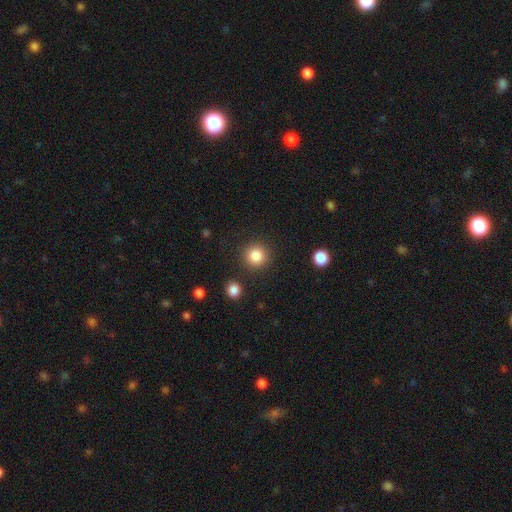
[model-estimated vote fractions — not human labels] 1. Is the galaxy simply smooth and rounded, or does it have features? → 84% smooth, 11% star or artifact, 5% featured or disk.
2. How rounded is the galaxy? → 94% round, 5% in between, 1% cigar-shaped.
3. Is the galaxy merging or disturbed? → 88% none, 6% minor disturbance, 3% merger, 3% major disturbance.